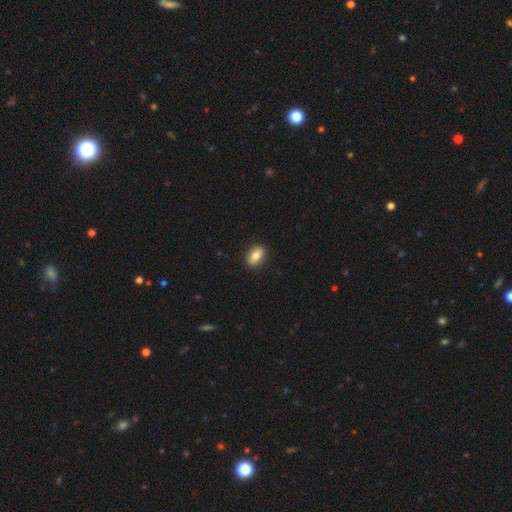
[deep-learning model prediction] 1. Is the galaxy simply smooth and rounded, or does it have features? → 79% smooth, 14% featured or disk, 7% star or artifact.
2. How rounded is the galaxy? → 87% in between, 9% round, 4% cigar-shaped.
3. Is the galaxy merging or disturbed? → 89% none, 9% minor disturbance, 2% major disturbance, 1% merger.